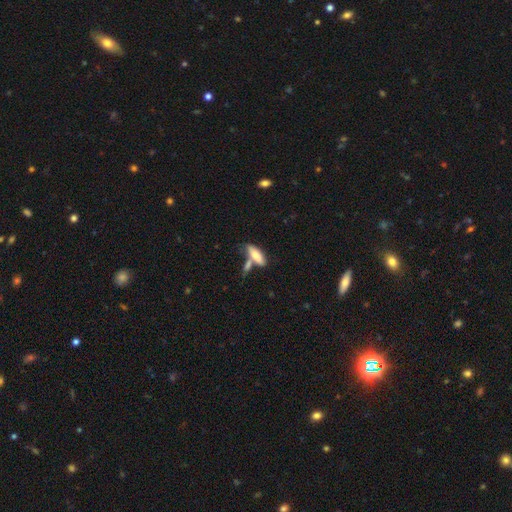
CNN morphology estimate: type=smooth (71%); roundness=in between (59%); merging=none (44%).